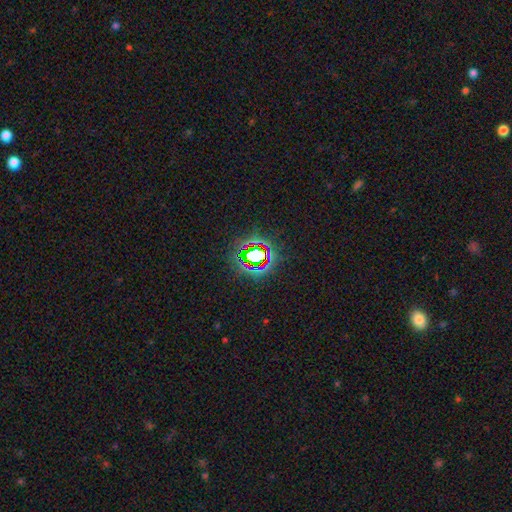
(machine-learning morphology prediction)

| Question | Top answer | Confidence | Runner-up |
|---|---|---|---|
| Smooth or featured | star or artifact | 71% | smooth (17%) |